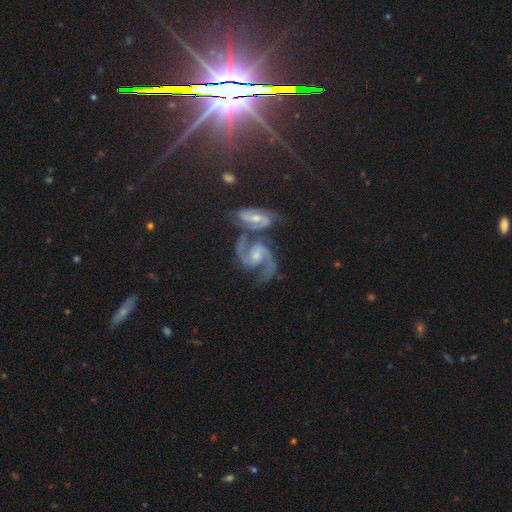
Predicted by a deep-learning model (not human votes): A featured or disk galaxy (88%) with no bar (42%, tied with weak), 2 (92%) medium (62%) spiral arms (98%) and a moderate central bulge (46%).

Vote fractions:
- Smooth or featured? featured or disk: 88% / star or artifact: 7% / smooth: 5%
- Edge-on disk? no: 97% / yes: 3%
- Bar? no: 42% (tied) / weak: 42% (tied) / strong: 16%
- Spiral arms? yes: 98% / no: 2%
- Spiral winding? medium: 62% / tight: 24% / loose: 15%
- Spiral arm count? 2: 92% / 3: 2% / can't tell: 2% / 1: 1% / 4: 1% / more than 4: 1%
- Bulge size? moderate: 46% / small: 45% / none: 4% / large: 4% / dominant: 1%
- Merging? none: 41% / merger: 38% / minor disturbance: 13% / major disturbance: 8%